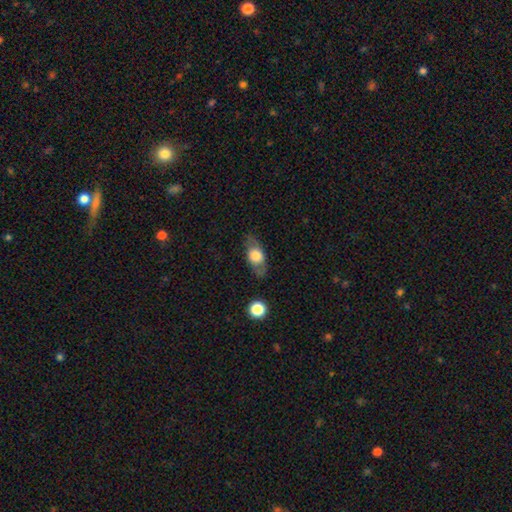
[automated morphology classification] Smooth or featured? Predicted: smooth (p=0.55). How rounded? Predicted: in between (p=0.72). Merging? Predicted: none (p=0.76).